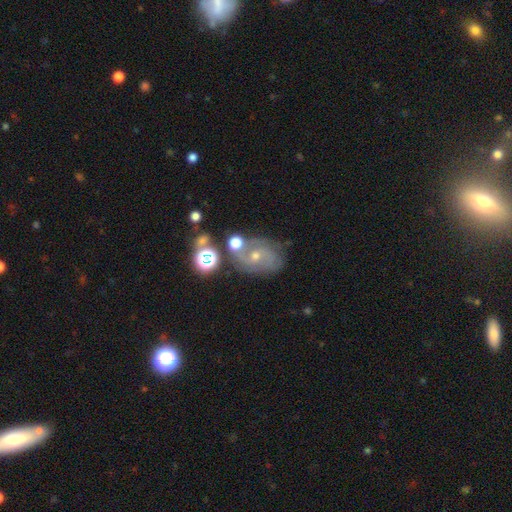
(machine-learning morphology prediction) Q: Smooth or featured?
A: featured or disk (64%); runner-up: smooth (18%)
Q: Edge-on disk?
A: no (96%); runner-up: yes (4%)
Q: Bar?
A: no (61%); runner-up: weak (31%)
Q: Spiral arms?
A: yes (87%); runner-up: no (13%)
Q: Spiral winding?
A: tight (45%); runner-up: medium (40%)
Q: Spiral arm count?
A: 2 (45%); runner-up: can't tell (31%)
Q: Bulge size?
A: small (62%); runner-up: moderate (33%)
Q: Merging?
A: none (60%); runner-up: minor disturbance (19%)